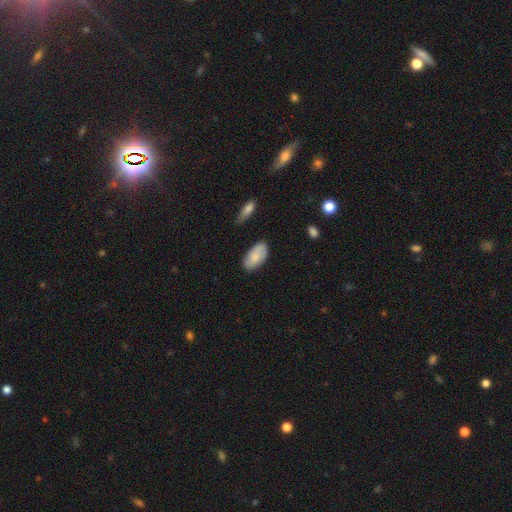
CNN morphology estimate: smooth_or_featured: smooth (p=0.74) [alt: featured or disk p=0.20]
how_rounded: in between (p=0.94) [alt: cigar-shaped p=0.03]
merging: none (p=0.75) [alt: minor disturbance p=0.19]